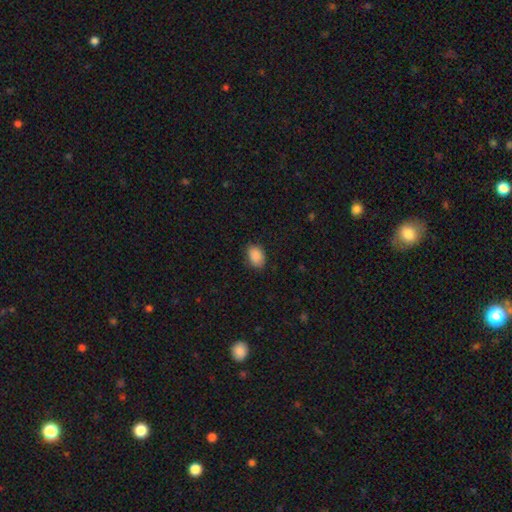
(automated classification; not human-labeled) Smooth or featured?
  - smooth: 89% *
  - star or artifact: 7%
  - featured or disk: 3%
How rounded?
  - in between: 82% *
  - round: 17%
  - cigar-shaped: 1%
Merging?
  - none: 80% *
  - minor disturbance: 16%
  - major disturbance: 3%
  - merger: 1%